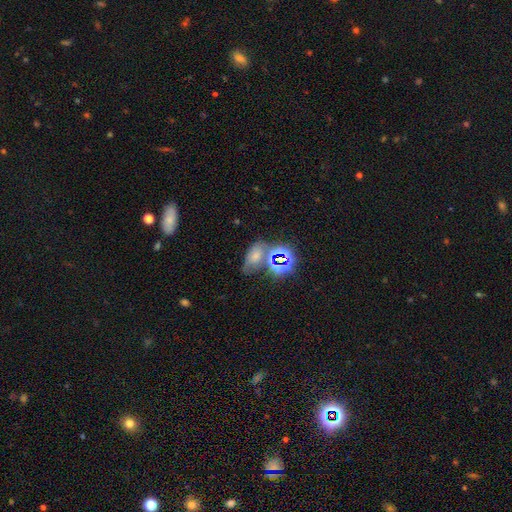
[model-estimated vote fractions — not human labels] The model was most divided on "smooth or featured": smooth: 50%, star or artifact: 33%, featured or disk: 17%. Remaining: how rounded — in between (83%); merging — none (45%).